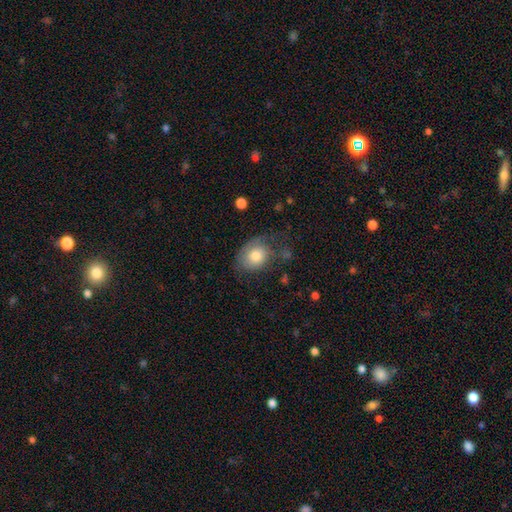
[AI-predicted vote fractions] smooth 70%, featured or disk 23%, star or artifact 7%. Down the decision tree: how rounded — in between (61%); merging — none (44%).